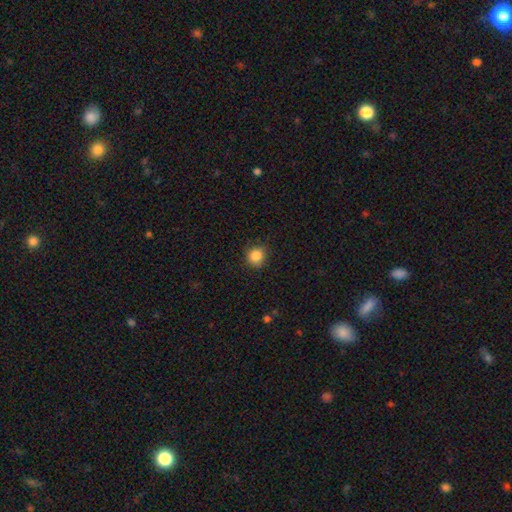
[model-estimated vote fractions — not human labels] Overall: smooth (86%). How rounded: round (86%). Merging: none (86%).